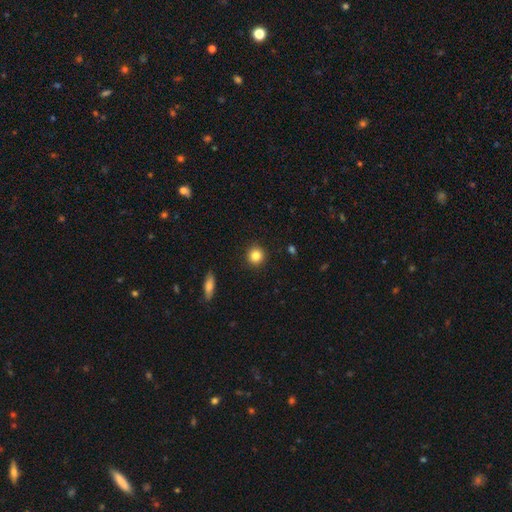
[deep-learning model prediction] Smooth or featured?
  - smooth: 84% *
  - star or artifact: 10%
  - featured or disk: 6%
How rounded?
  - round: 91% *
  - in between: 7%
  - cigar-shaped: 1%
Merging?
  - none: 91% *
  - minor disturbance: 6%
  - major disturbance: 2%
  - merger: 1%